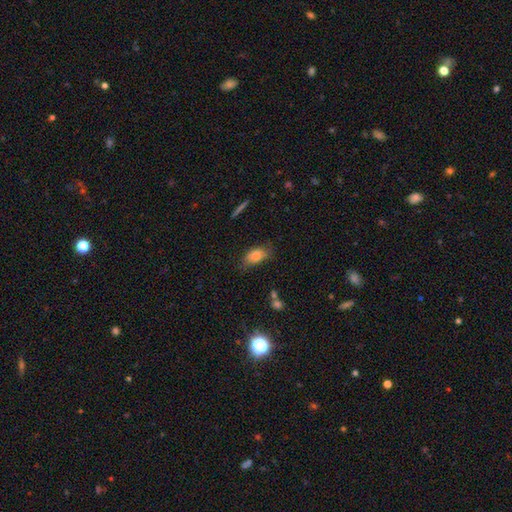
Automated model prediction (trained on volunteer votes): smooth 80%, featured or disk 11%, star or artifact 9%. Down the decision tree: how rounded — in between (89%); merging — none (56%).